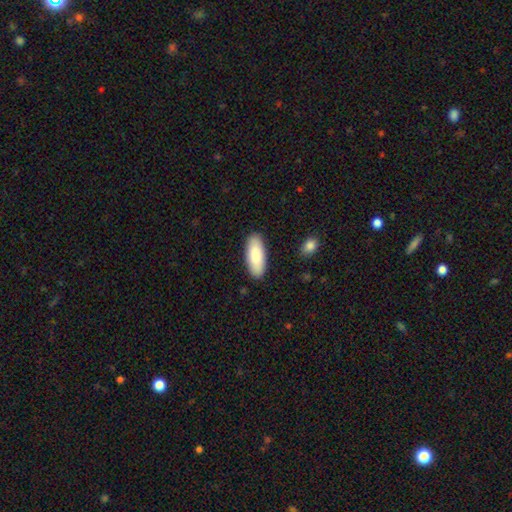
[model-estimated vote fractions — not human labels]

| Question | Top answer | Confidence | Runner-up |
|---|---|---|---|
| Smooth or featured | smooth | 86% | featured or disk (9%) |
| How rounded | in between | 78% | cigar-shaped (21%) |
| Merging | none | 89% | minor disturbance (8%) |